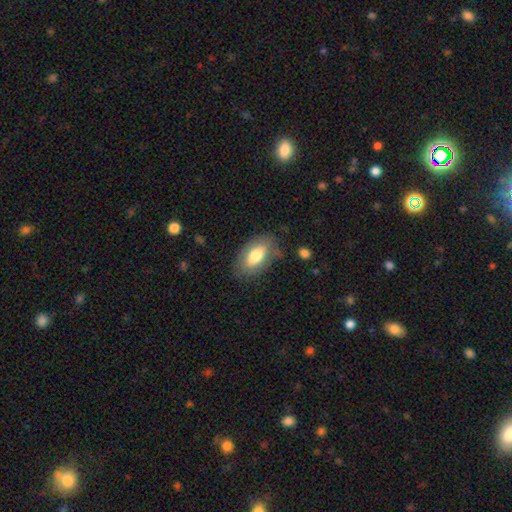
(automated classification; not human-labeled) smooth_or_featured: smooth (p=0.73) [alt: featured or disk p=0.20]
how_rounded: in between (p=0.91) [alt: round p=0.05]
merging: none (p=0.75) [alt: minor disturbance p=0.18]